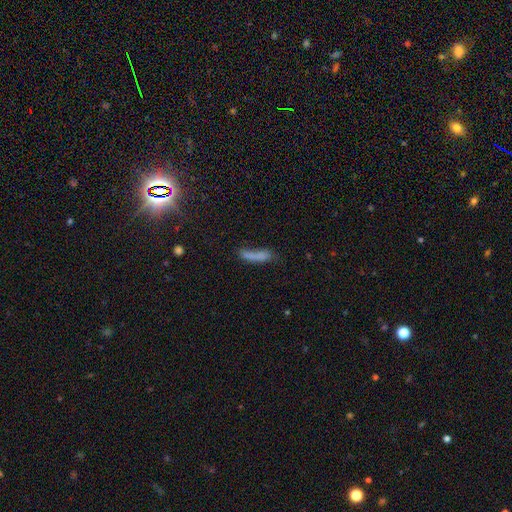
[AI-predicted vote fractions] smooth 71%, featured or disk 16%, star or artifact 13%. Down the decision tree: how rounded — cigar-shaped (70%); merging — none (46%).